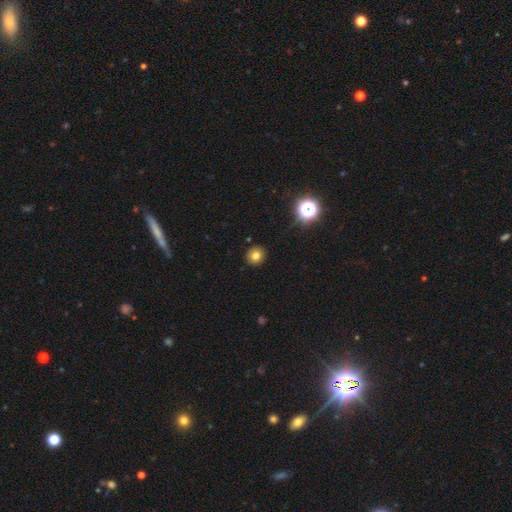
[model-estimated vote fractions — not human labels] Q: Smooth or featured?
A: smooth (78%); runner-up: star or artifact (14%)
Q: How rounded?
A: round (89%); runner-up: in between (10%)
Q: Merging?
A: none (91%); runner-up: minor disturbance (6%)